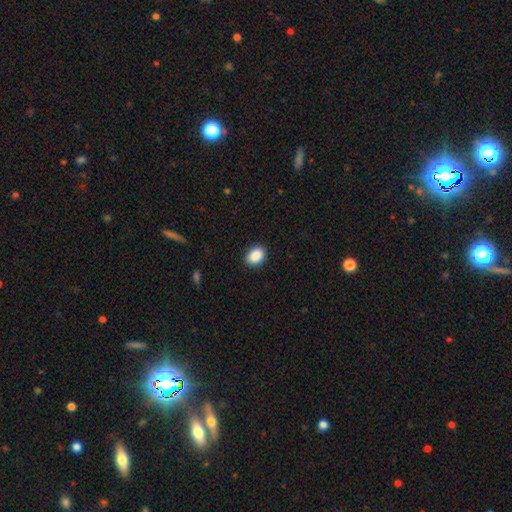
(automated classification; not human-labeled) Smooth or featured? smooth (90%)
How rounded? in between (75%)
Merging? none (90%)